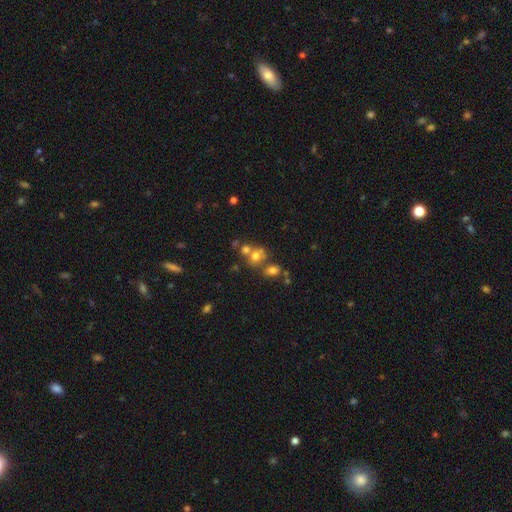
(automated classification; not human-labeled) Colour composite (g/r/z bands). It shows a smooth galaxy with no disk features (65%) that is round (69%). Merging: merger (43%).